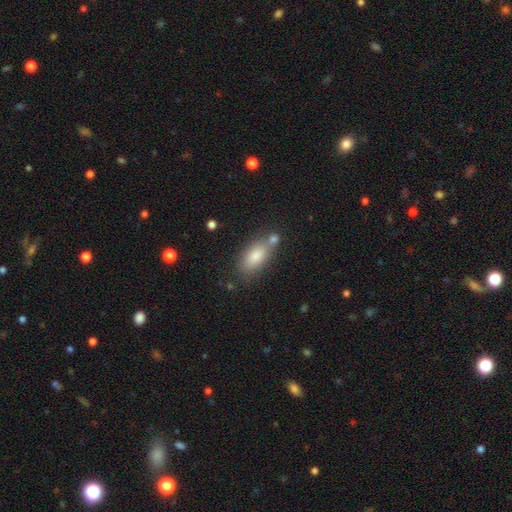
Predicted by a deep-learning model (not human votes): smooth 81%, featured or disk 11%, star or artifact 8%. Down the decision tree: how rounded — in between (87%); merging — none (66%).